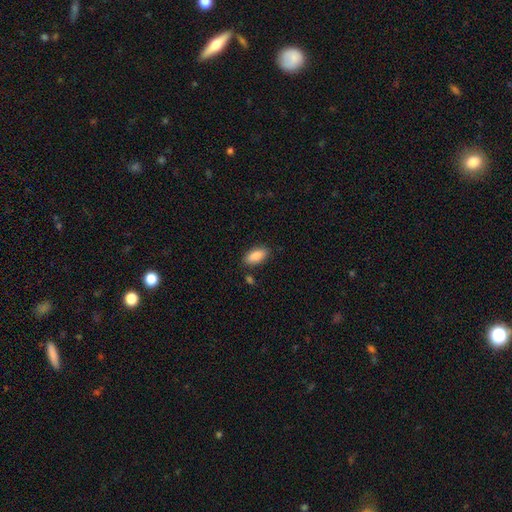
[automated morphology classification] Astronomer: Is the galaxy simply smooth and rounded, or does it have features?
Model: smooth — 87%.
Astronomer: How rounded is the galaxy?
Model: in between — 89%.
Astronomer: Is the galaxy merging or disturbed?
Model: none — 84%.